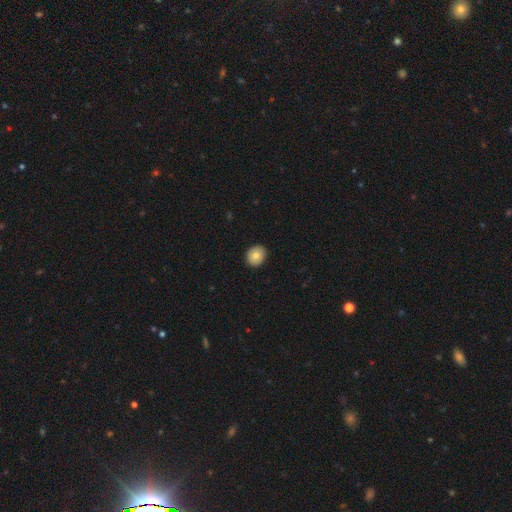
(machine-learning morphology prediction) This is likely a smooth galaxy (78%). How rounded: clearly round (81%). Merging: clearly none (92%).